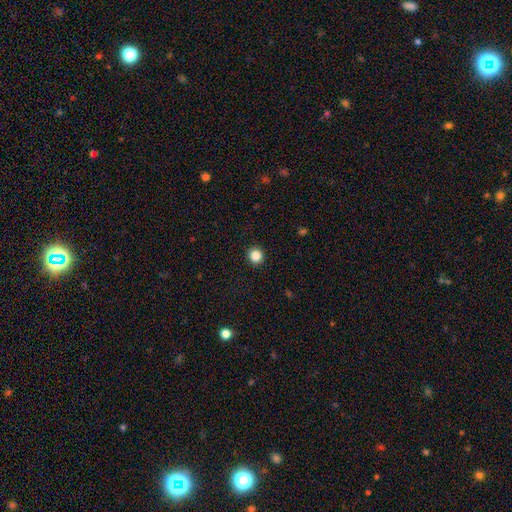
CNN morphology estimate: This appears to be a smooth galaxy with no disk features (86%) that is round (93%). Merging: none (93%).